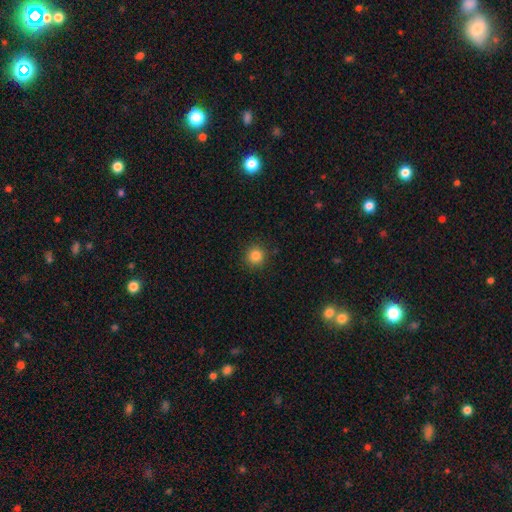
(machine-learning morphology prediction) Smooth or featured? Predicted: smooth (p=0.84). How rounded? Predicted: round (p=0.94). Merging? Predicted: none (p=0.91).